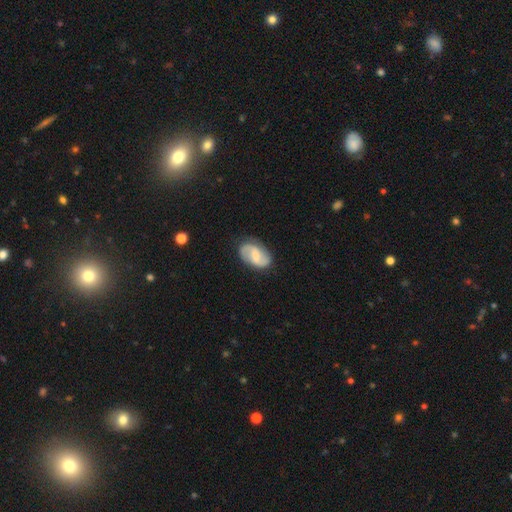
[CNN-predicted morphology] type=featured or disk (73%); edge-on=no (97%); bar=weak (52%); spiral arms=yes (94%); winding=medium (43%); arm count=2 (90%); bulge=small (47%); merging=none (81%).